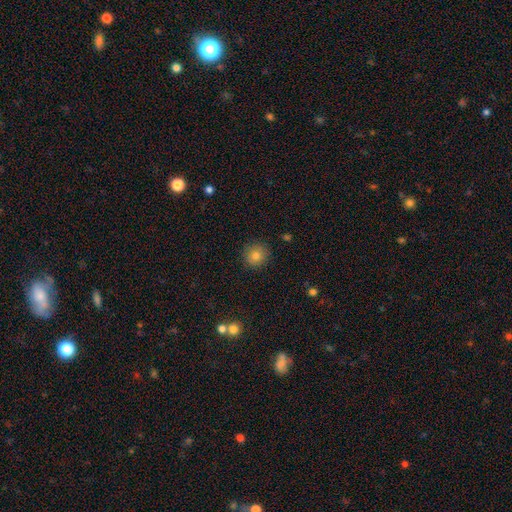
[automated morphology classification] Smooth or featured? Predicted: smooth (p=0.80). How rounded? Predicted: round (p=0.92). Merging? Predicted: none (p=0.90).